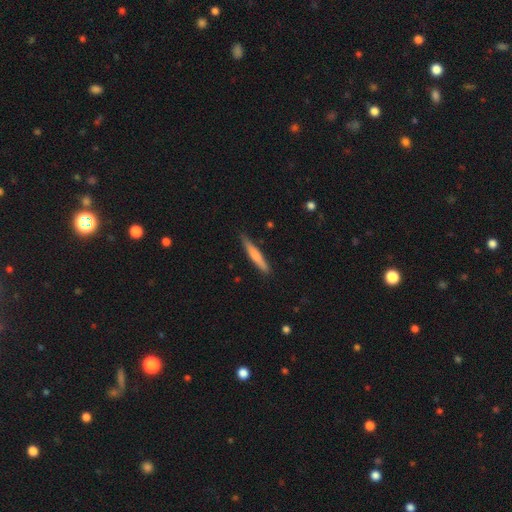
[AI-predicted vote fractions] Smooth or featured?
  - smooth: 65% *
  - featured or disk: 30%
  - star or artifact: 5%
How rounded?
  - cigar-shaped: 93% *
  - in between: 5%
  - round: 1%
Merging?
  - none: 85% *
  - minor disturbance: 12%
  - major disturbance: 2%
  - merger: 1%